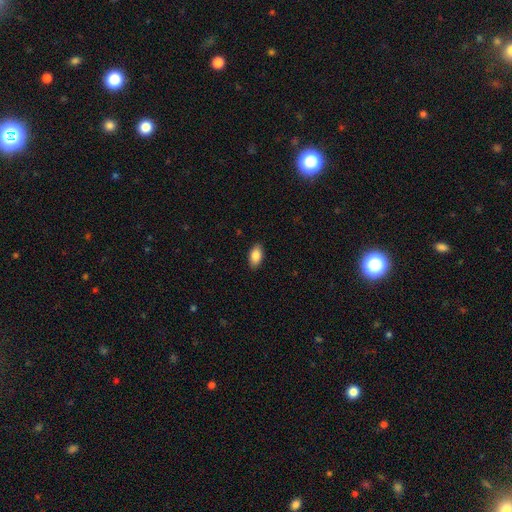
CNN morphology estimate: This is clearly a smooth galaxy (86%). How rounded: clearly in between (93%). Merging: clearly none (89%).